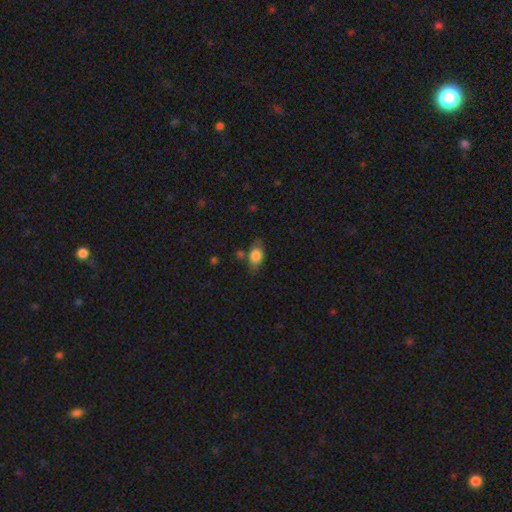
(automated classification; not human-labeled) Smooth or featured?
  - smooth: 77% *
  - featured or disk: 15%
  - star or artifact: 8%
How rounded?
  - in between: 81% *
  - round: 14%
  - cigar-shaped: 6%
Merging?
  - none: 67% *
  - minor disturbance: 21%
  - major disturbance: 6%
  - merger: 6%